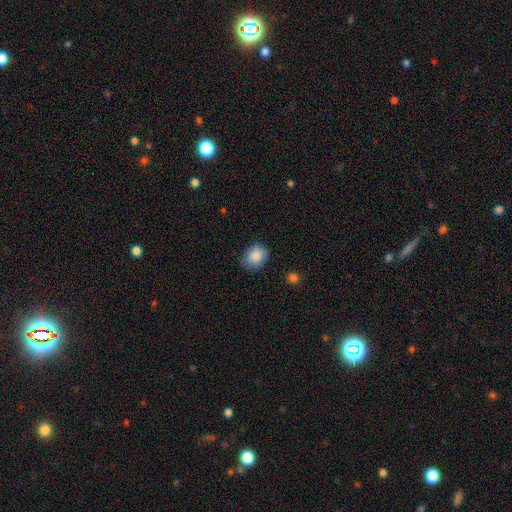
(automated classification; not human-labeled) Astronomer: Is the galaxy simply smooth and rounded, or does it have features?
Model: smooth — 86%.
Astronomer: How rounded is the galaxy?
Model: round — 50% (runner-up: in between, 49%).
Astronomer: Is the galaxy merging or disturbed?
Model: none — 74%.